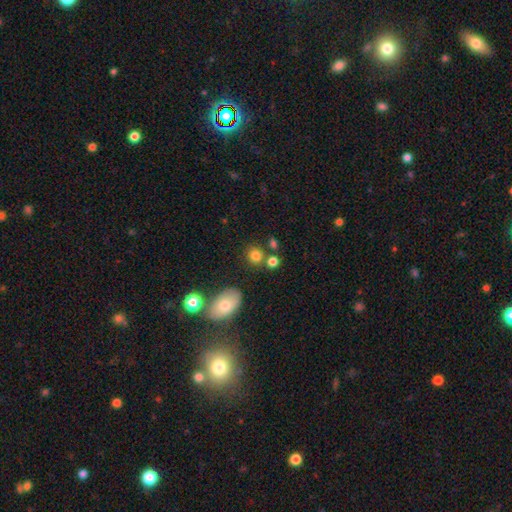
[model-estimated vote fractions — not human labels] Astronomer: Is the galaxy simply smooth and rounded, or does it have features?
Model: smooth — 80%.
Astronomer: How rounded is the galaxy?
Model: round — 77%.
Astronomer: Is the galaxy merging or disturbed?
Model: none — 70%.